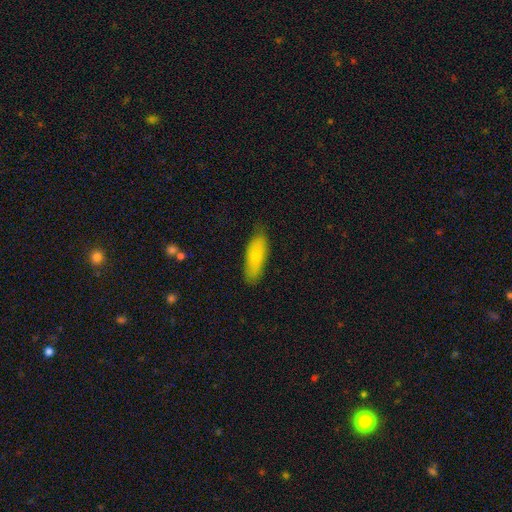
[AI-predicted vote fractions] Morphology: type=smooth (76%); roundness=in between (63%); merging=none (78%).